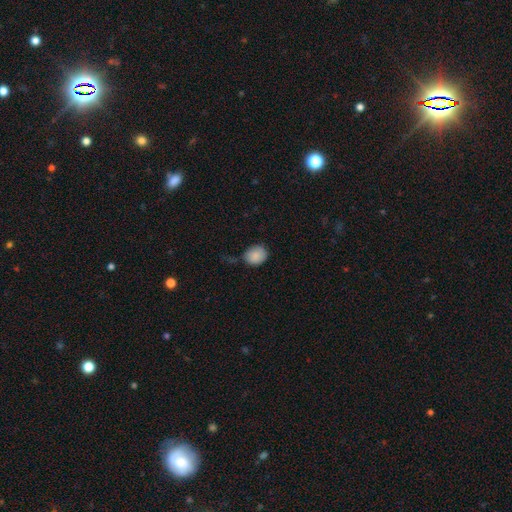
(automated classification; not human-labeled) This appears to be a smooth galaxy with no disk features (88%) that is round (59%). Merging: none (63%).